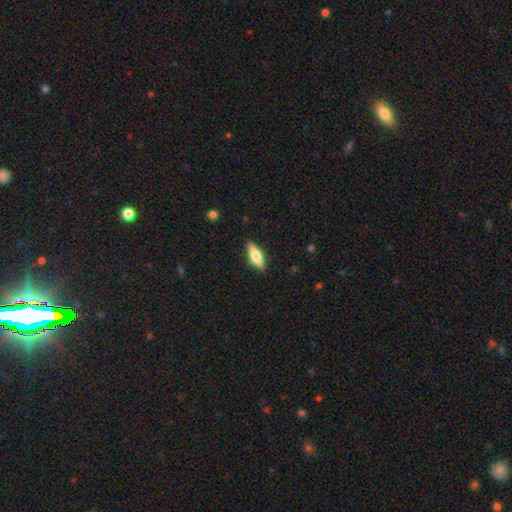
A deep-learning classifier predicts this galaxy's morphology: type=smooth (50%); merging=none (87%).